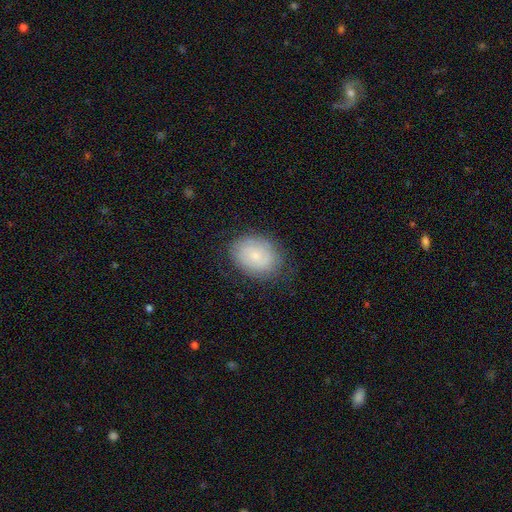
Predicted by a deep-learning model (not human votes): A smooth galaxy with no disk features (70%) that is in between round and cigar-shaped (62%).

Vote fractions:
- Smooth or featured? smooth: 70% / featured or disk: 22% / star or artifact: 8%
- How rounded? in between: 62% / round: 37% / cigar-shaped: 1%
- Merging? none: 77% / minor disturbance: 16% / major disturbance: 5% / merger: 1%